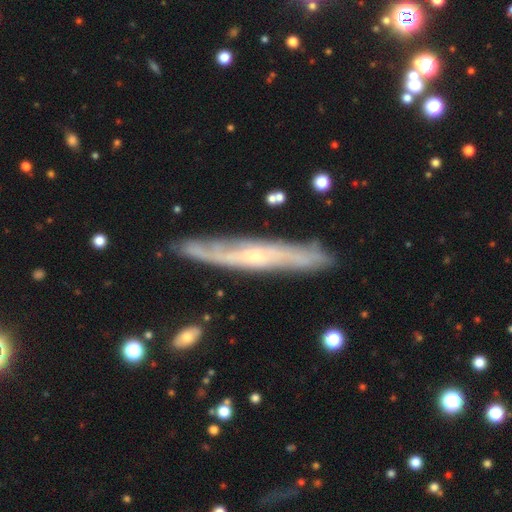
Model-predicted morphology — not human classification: This appears to be a featured or disk galaxy (76%) viewed edge-on (66%). Merging: none (82%).